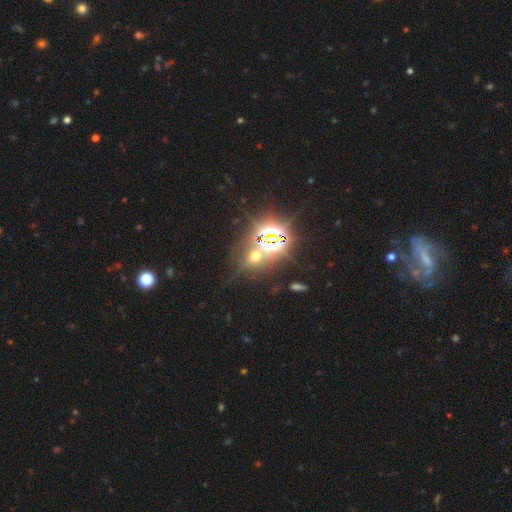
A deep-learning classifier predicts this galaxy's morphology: This appears to be a star or artifact, not a galaxy (63%).